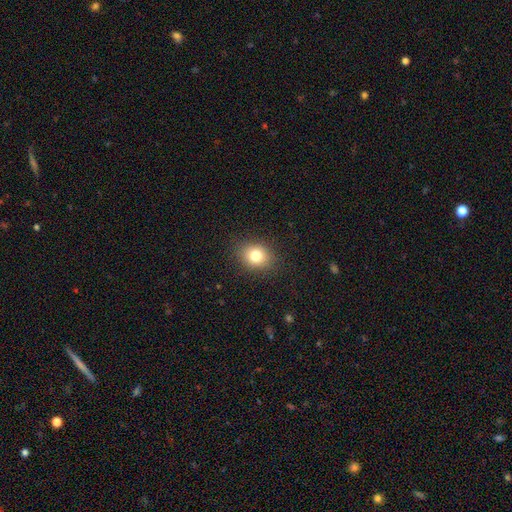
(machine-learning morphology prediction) This is clearly a smooth galaxy (80%). How rounded: possibly round (59%). Merging: clearly none (88%).